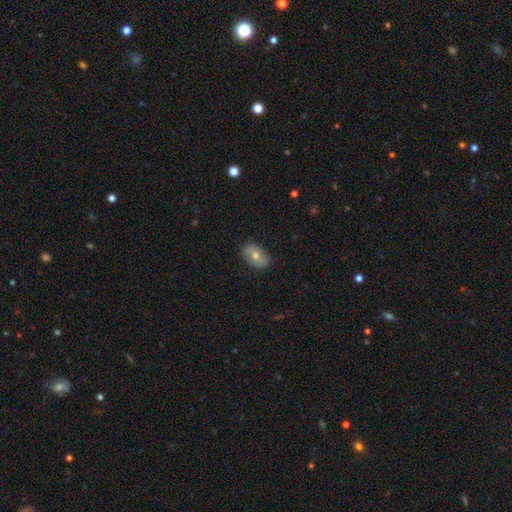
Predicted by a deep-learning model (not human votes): Smooth or featured?
  - smooth: 57% *
  - featured or disk: 33%
  - star or artifact: 10%
How rounded?
  - in between: 85% *
  - round: 14%
  - cigar-shaped: 2%
Merging?
  - none: 83% *
  - minor disturbance: 13%
  - major disturbance: 3%
  - merger: 1%